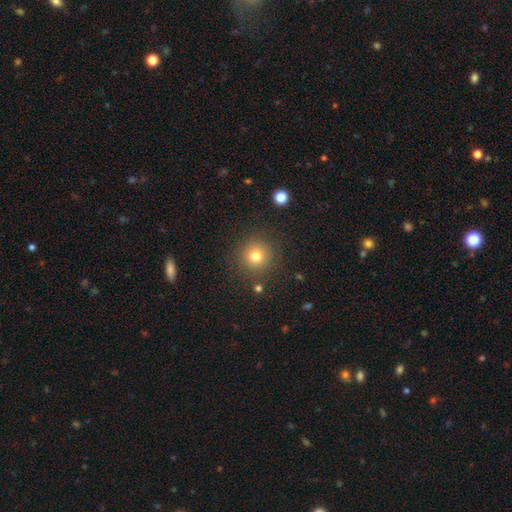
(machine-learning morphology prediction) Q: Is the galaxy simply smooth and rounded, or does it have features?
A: smooth — 77%.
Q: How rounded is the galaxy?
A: round — 95%.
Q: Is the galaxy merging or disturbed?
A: none — 87%.